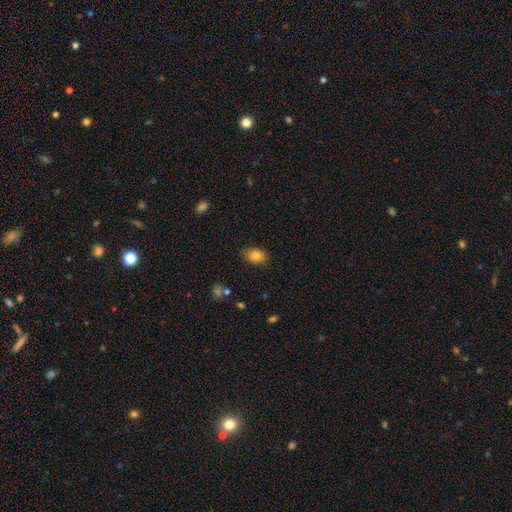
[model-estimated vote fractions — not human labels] Overall: smooth (82%). How rounded: in between (80%). Merging: none (84%).